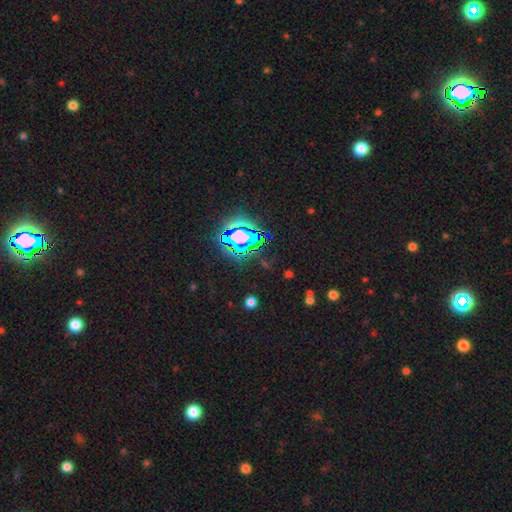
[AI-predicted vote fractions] Q: Smooth or featured?
A: star or artifact (80%); runner-up: smooth (13%)